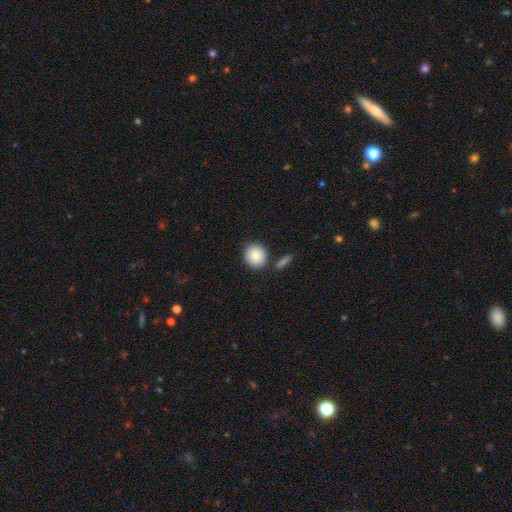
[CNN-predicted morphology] Overall: smooth (83%). How rounded: round (90%). Merging: none (80%).